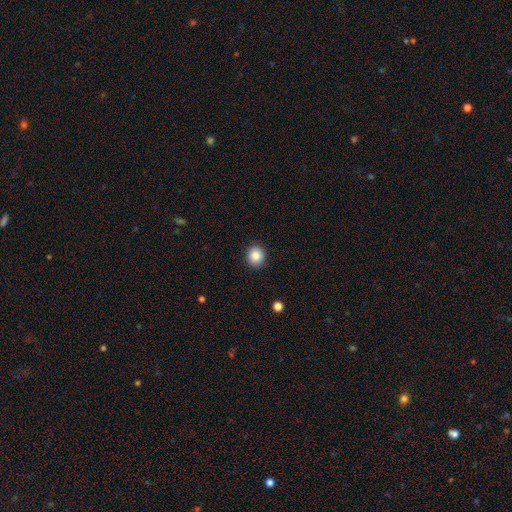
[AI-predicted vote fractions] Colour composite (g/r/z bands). It shows a smooth galaxy with no disk features (85%) that is round (84%). Merging: none (91%).